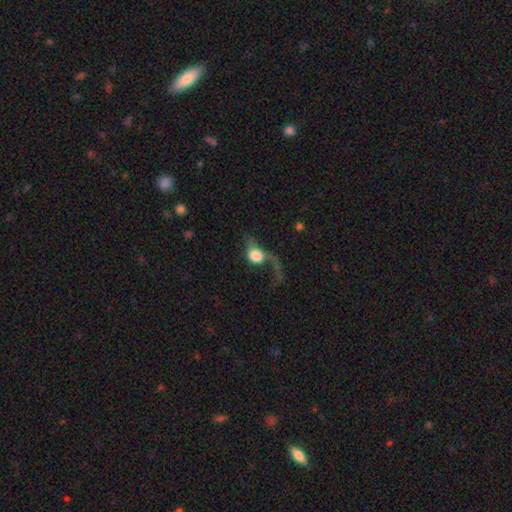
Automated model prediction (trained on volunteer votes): A smooth galaxy with no disk features (57%) that is round (59%). Merging: major disturbance (62%).